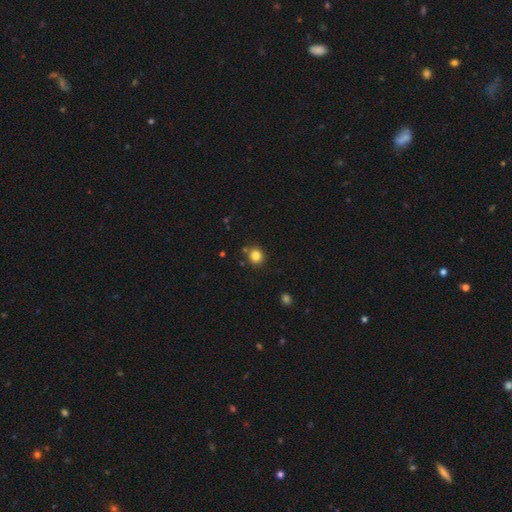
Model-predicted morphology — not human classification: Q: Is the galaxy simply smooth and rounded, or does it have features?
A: smooth — 83%.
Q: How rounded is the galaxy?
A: round — 86%.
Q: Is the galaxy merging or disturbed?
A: none — 84%.